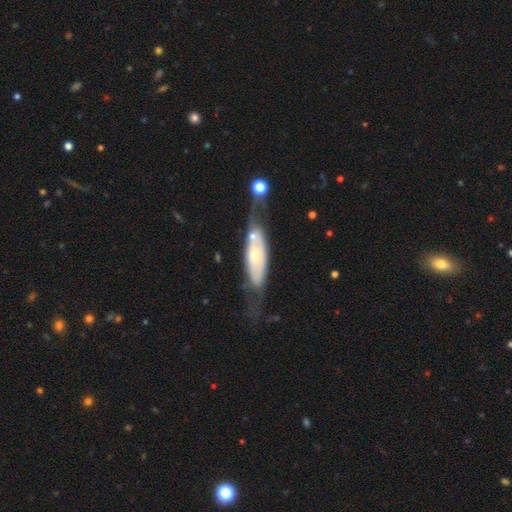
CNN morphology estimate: The model was most divided on "merging": none: 41%, minor disturbance: 25%, major disturbance: 19%, merger: 14%. More confident: edge-on disk — no (73%); smooth or featured — featured or disk (61%).